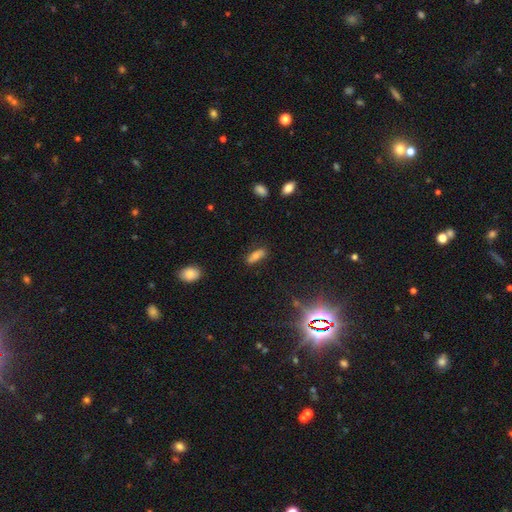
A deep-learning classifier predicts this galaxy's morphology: This is likely a smooth galaxy (67%). How rounded: likely in between (69%). Merging: likely none (79%).